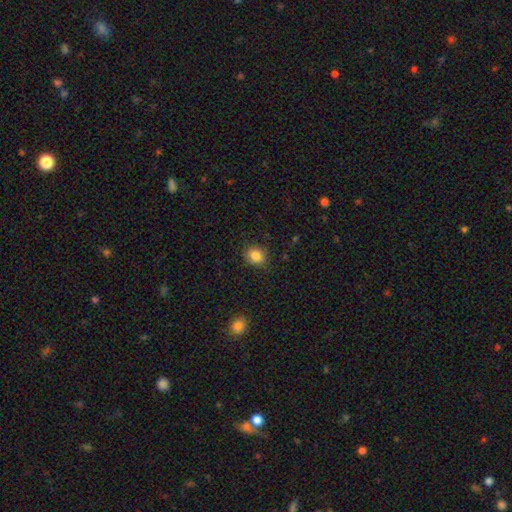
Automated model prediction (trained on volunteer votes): Morphology: type=smooth (85%); roundness=round (57%); merging=none (84%).